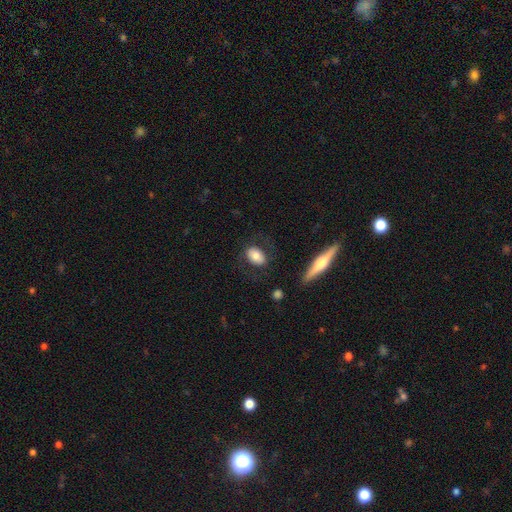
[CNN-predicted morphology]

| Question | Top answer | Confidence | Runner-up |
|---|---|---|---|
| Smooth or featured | smooth | 73% | featured or disk (19%) |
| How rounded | in between | 85% | round (13%) |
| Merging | none | 76% | minor disturbance (14%) |